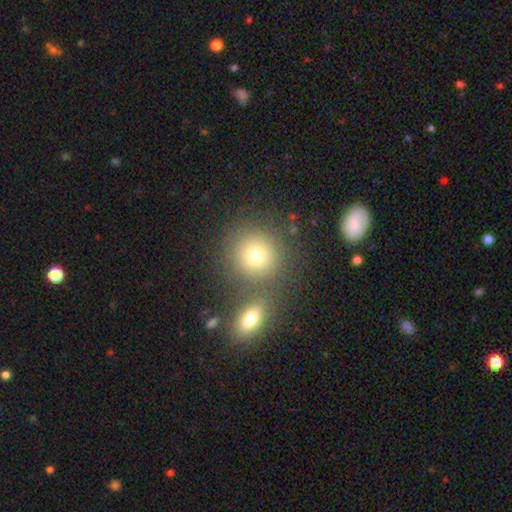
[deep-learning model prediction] Overall: smooth (76%). How rounded: round (86%). Merging: none (67%).